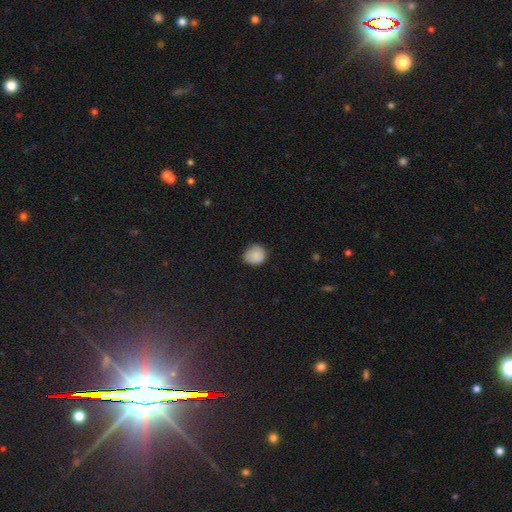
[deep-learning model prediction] Smooth or featured: smooth — 85% (star or artifact — 9%)
How rounded: round — 79% (in between — 20%)
Merging: none — 73% (minor disturbance — 23%)